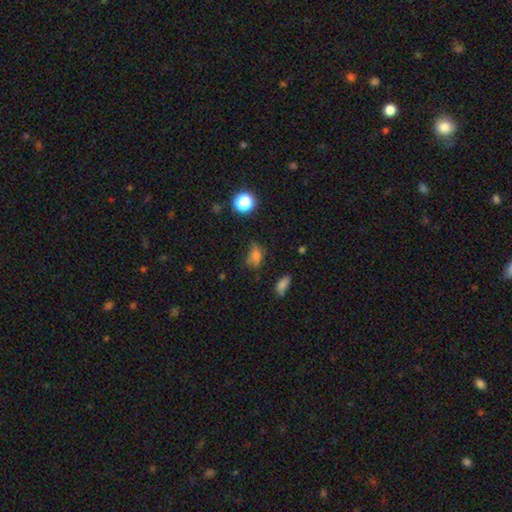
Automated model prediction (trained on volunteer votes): Smooth or featured?
  - smooth: 73% *
  - star or artifact: 18%
  - featured or disk: 9%
How rounded?
  - in between: 71% *
  - round: 26%
  - cigar-shaped: 2%
Merging?
  - none: 49% *
  - minor disturbance: 33%
  - major disturbance: 14%
  - merger: 4%